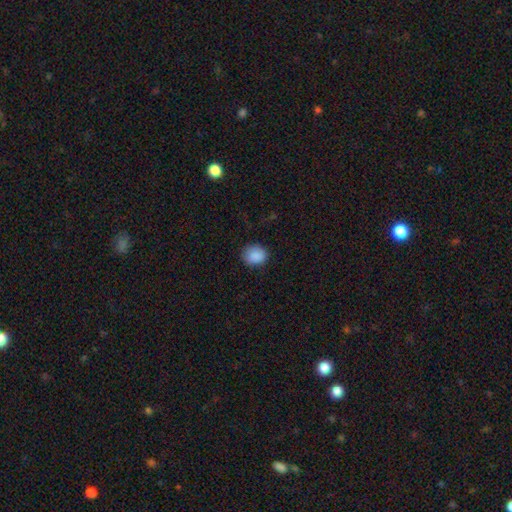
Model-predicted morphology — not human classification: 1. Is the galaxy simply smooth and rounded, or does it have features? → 88% smooth, 9% star or artifact, 4% featured or disk.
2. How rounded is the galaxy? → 58% round, 41% in between, 1% cigar-shaped.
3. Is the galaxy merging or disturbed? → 78% none, 17% minor disturbance, 4% major disturbance, 1% merger.